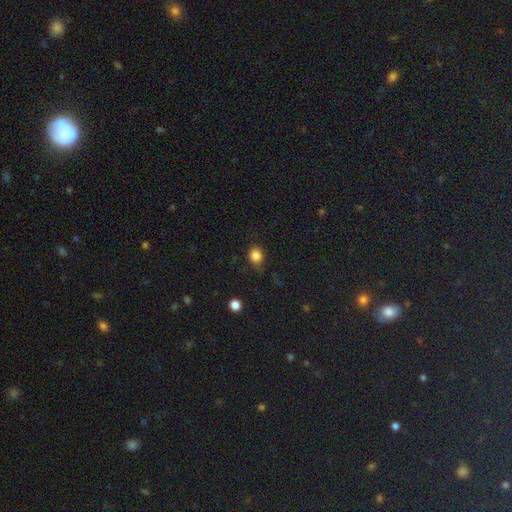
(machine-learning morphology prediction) Smooth or featured? smooth (83%)
How rounded? round (67%)
Merging? none (66%)